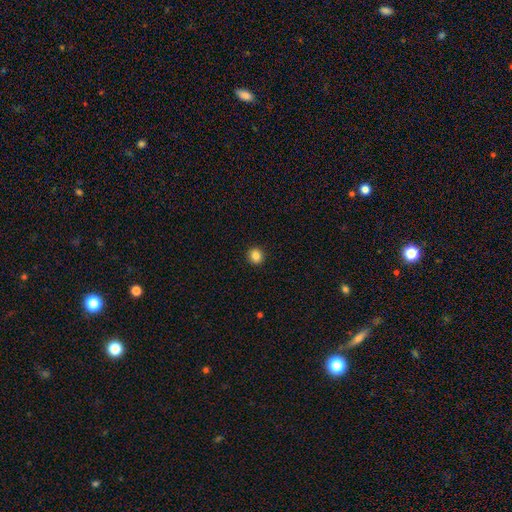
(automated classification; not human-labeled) Smooth or featured: smooth — 85% (star or artifact — 10%)
How rounded: round — 89% (in between — 10%)
Merging: none — 93% (minor disturbance — 5%)